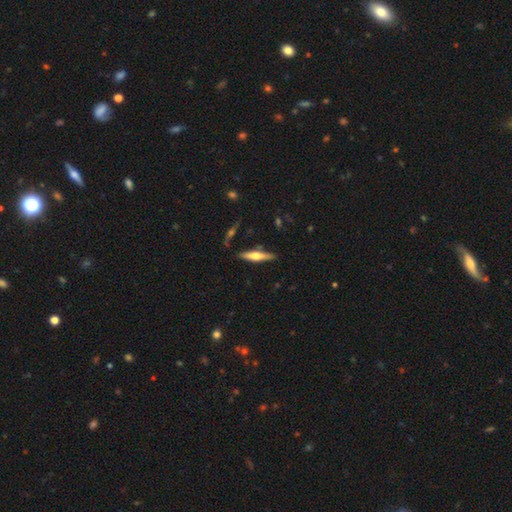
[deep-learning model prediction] This appears to be a featured or disk galaxy (52%) viewed edge-on (95%). Merging: none (84%).